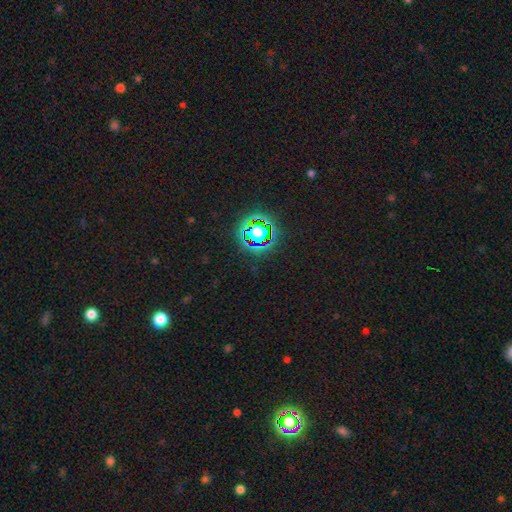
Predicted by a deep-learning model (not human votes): Smooth or featured?
  - star or artifact: 77% *
  - smooth: 15%
  - featured or disk: 8%